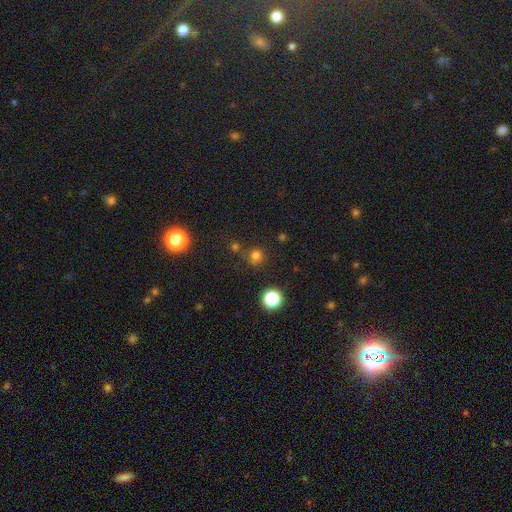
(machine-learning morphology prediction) smooth-or-featured: smooth: 68% | star or artifact: 26% | featured or disk: 6%
  how-rounded: round: 91% | in between: 8% | cigar-shaped: 1%
  merging: none: 73% | merger: 11% | minor disturbance: 11% | major disturbance: 4%